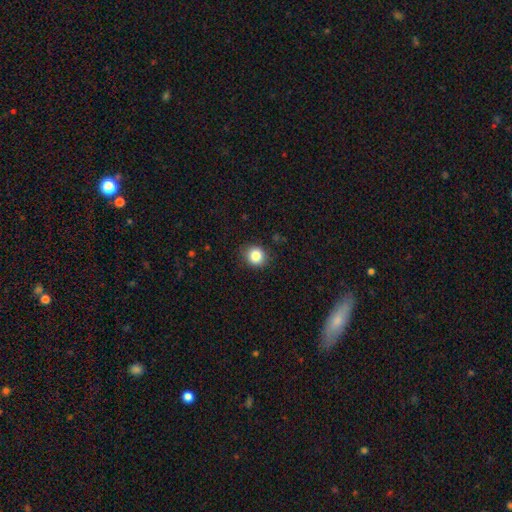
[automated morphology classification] Overall: smooth (84%). How rounded: round (82%). Merging: none (87%).